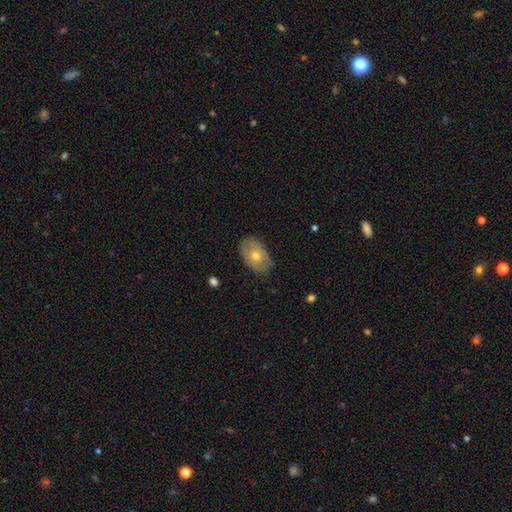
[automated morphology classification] This appears to be a smooth galaxy with no disk features (62%) that is in between round and cigar-shaped (85%). Merging: none (77%).